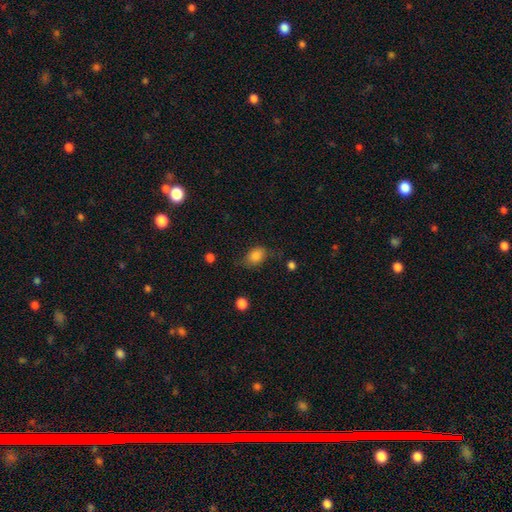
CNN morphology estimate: Smooth or featured? smooth (84%)
How rounded? in between (79%)
Merging? none (64%)